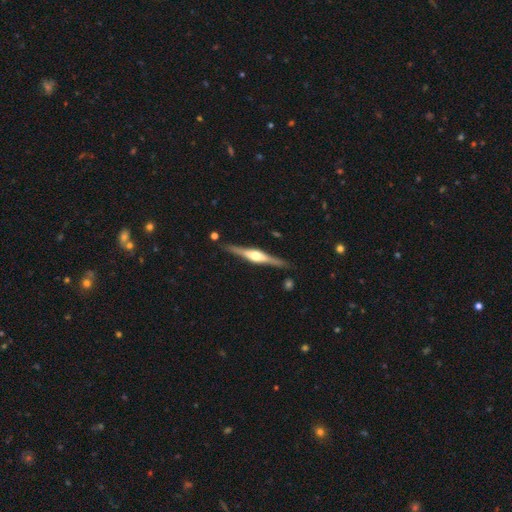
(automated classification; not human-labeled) This appears to be a featured or disk galaxy (79%) viewed edge-on (98%) with a rounded central bulge (89%). Merging: none (88%).